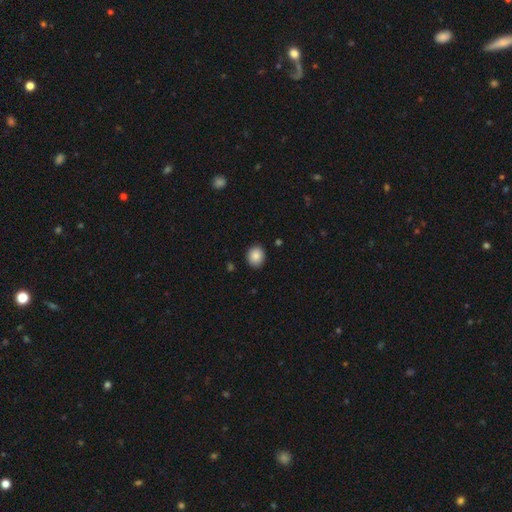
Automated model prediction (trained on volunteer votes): smooth_or_featured: smooth (p=0.87) [alt: star or artifact p=0.08]
how_rounded: round (p=0.73) [alt: in between p=0.26]
merging: none (p=0.90) [alt: minor disturbance p=0.07]